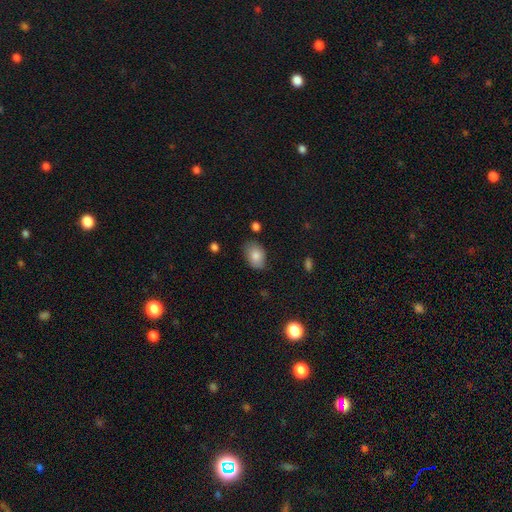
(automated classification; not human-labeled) Morphology: type=smooth (84%); roundness=in between (85%); merging=none (75%).